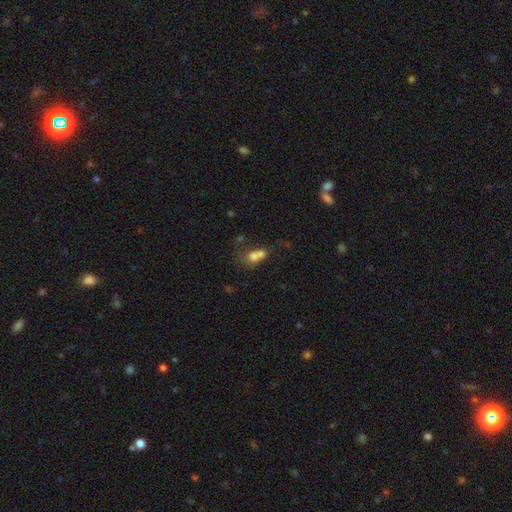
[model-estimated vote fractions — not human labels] This appears to be a smooth galaxy with no disk features (69%) that is round (61%). Merging: merger (65%).